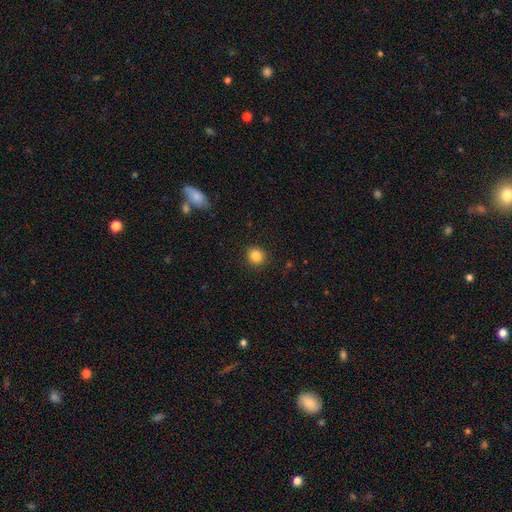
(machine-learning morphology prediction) type=smooth (85%); roundness=round (88%); merging=none (91%).